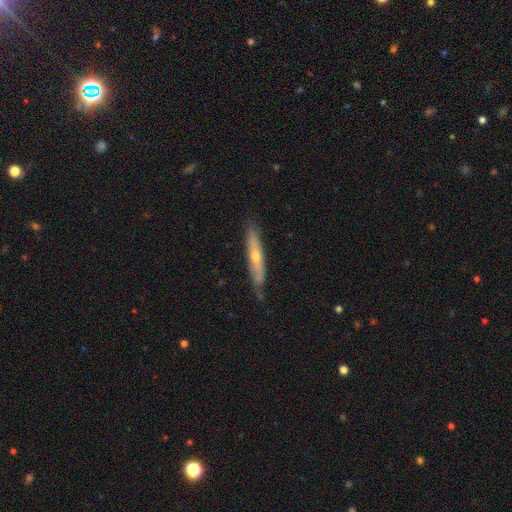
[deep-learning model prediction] Q: Smooth or featured?
A: featured or disk (52%); runner-up: smooth (43%)
Q: Edge-on disk?
A: yes (76%); runner-up: no (24%)
Q: Merging?
A: none (71%); runner-up: minor disturbance (23%)